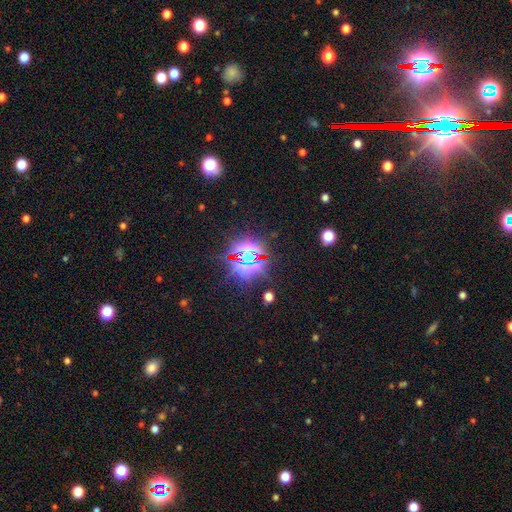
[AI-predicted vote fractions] Smooth or featured? Predicted: star or artifact (p=0.77).